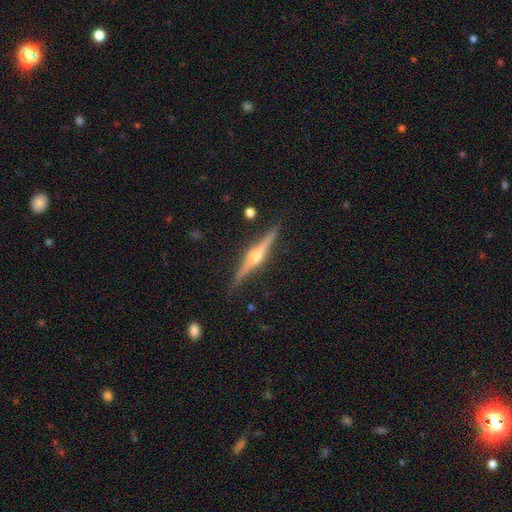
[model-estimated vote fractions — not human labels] featured or disk 83%, smooth 11%, star or artifact 6%. Down the decision tree: edge-on disk — yes (98%); edge-on bulge — rounded (94%); merging — none (88%).